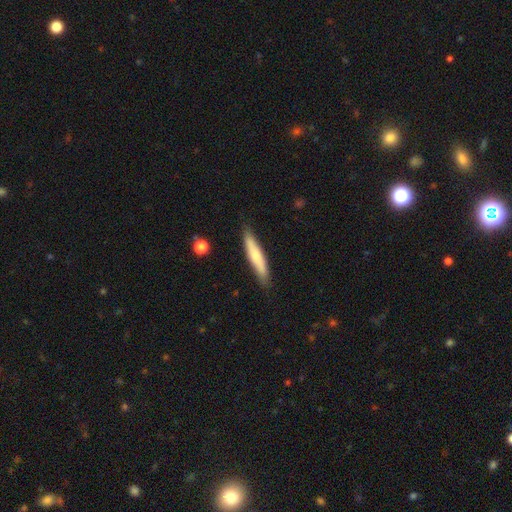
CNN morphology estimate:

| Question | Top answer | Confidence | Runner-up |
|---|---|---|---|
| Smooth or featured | smooth | 65% | featured or disk (29%) |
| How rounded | cigar-shaped | 89% | in between (10%) |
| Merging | none | 84% | minor disturbance (12%) |